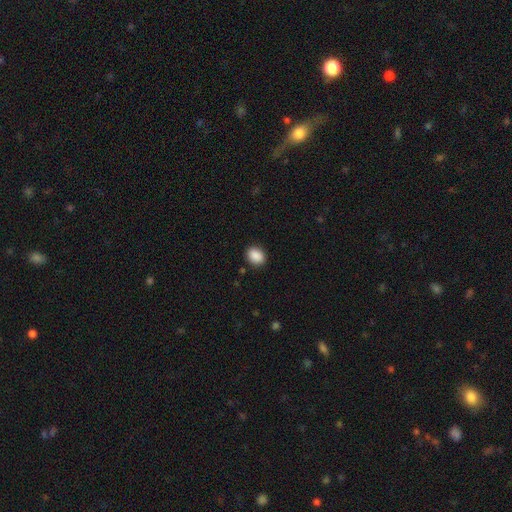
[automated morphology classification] This is clearly a smooth galaxy (89%). How rounded: possibly in between (58%). Merging: clearly none (88%).